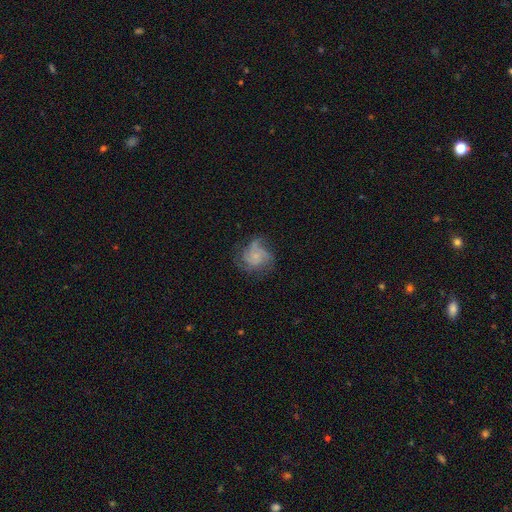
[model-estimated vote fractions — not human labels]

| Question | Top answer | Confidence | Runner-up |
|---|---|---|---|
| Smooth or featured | featured or disk | 70% | smooth (21%) |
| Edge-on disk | no | 98% | yes (2%) |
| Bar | no | 76% | weak (21%) |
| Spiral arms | yes | 92% | no (8%) |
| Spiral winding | medium | 46% | tight (34%) |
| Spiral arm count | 3 | 42% | can't tell (19%) |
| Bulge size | small | 61% | none (21%) |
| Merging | none | 59% | minor disturbance (22%) |